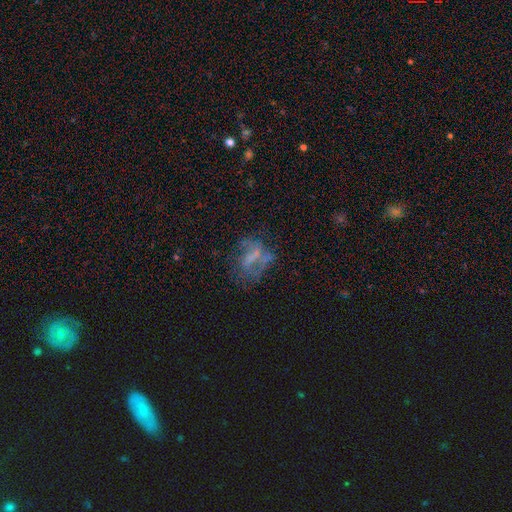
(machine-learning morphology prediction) A featured or disk galaxy (56%) with no bar (48%), no spiral arms (60%) and no central bulge (59%). Merging: none (42%).